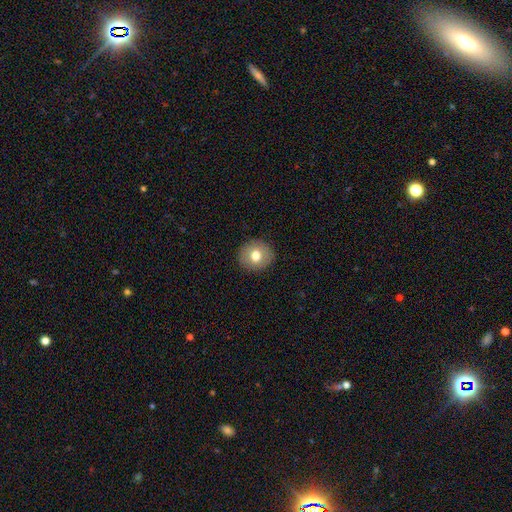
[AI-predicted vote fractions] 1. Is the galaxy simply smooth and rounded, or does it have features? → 75% smooth, 16% featured or disk, 9% star or artifact.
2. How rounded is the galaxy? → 89% round, 10% in between, 1% cigar-shaped.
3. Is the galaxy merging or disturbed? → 91% none, 6% minor disturbance, 2% major disturbance, 1% merger.